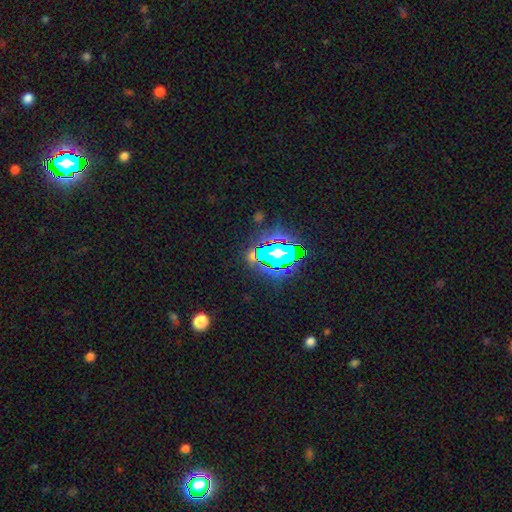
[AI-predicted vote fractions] smooth-or-featured: star or artifact: 66% | smooth: 19% | featured or disk: 14%